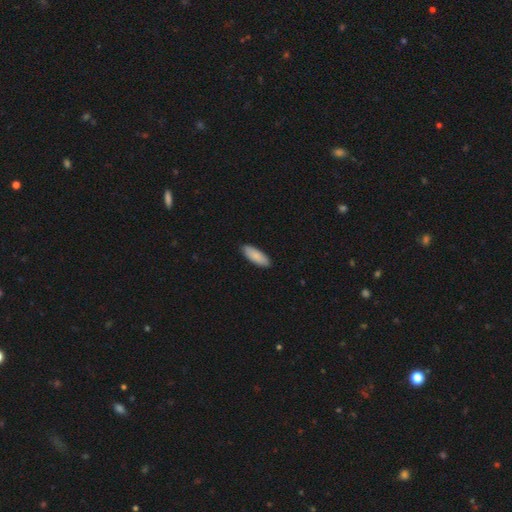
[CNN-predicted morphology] smooth 88%, featured or disk 7%, star or artifact 5%. Down the decision tree: how rounded — in between (70%); merging — none (90%).